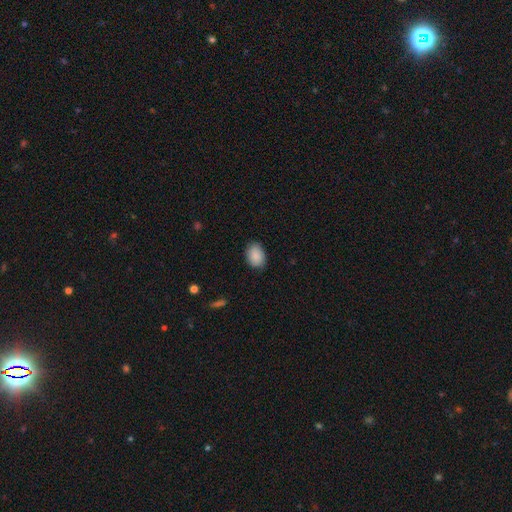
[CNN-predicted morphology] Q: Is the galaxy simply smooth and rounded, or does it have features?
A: smooth — 88%.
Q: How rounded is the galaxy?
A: in between — 76%.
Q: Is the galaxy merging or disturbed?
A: none — 82%.